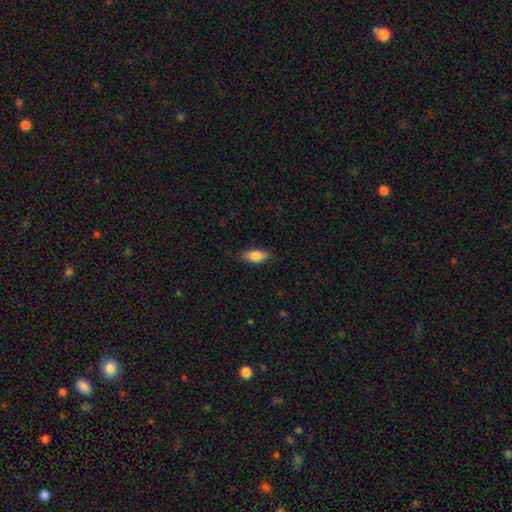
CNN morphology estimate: Smooth or featured?
  - smooth: 81% *
  - featured or disk: 12%
  - star or artifact: 7%
How rounded?
  - in between: 79% *
  - cigar-shaped: 19%
  - round: 3%
Merging?
  - none: 84% *
  - minor disturbance: 13%
  - major disturbance: 2%
  - merger: 1%